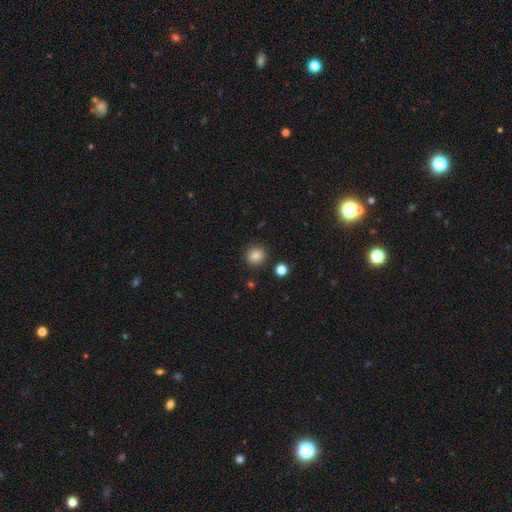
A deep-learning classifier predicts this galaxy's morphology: A smooth galaxy with no disk features (84%) that is round (90%). Merging: none (90%).